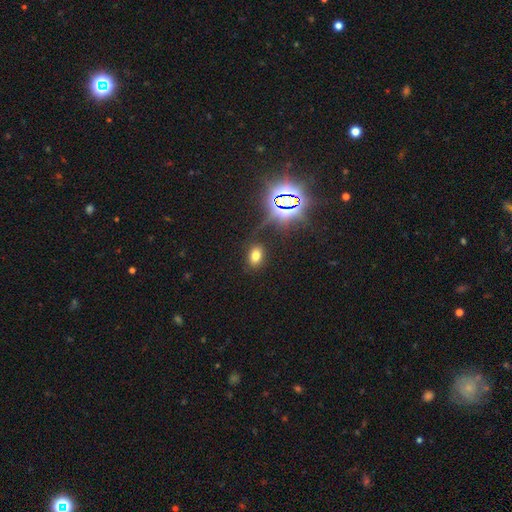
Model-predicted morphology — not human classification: Smooth or featured? Predicted: smooth (p=0.66). How rounded? Predicted: in between (p=0.82). Merging? Predicted: none (p=0.84).